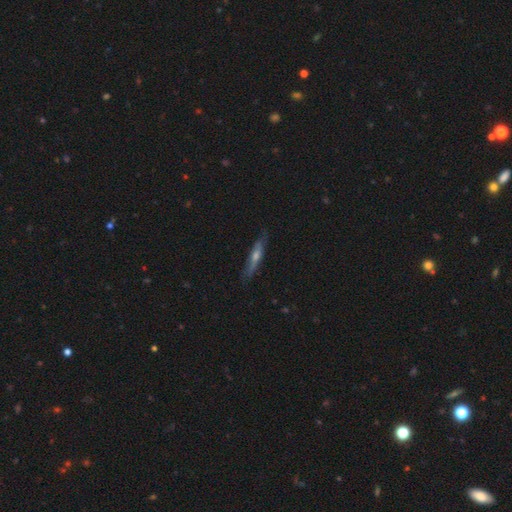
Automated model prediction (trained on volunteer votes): Smooth or featured: featured or disk — 60% (smooth — 33%)
Edge-on disk: yes — 92% (no — 8%)
Edge-on bulge: rounded — 78% (none — 15%)
Merging: none — 83% (minor disturbance — 14%)